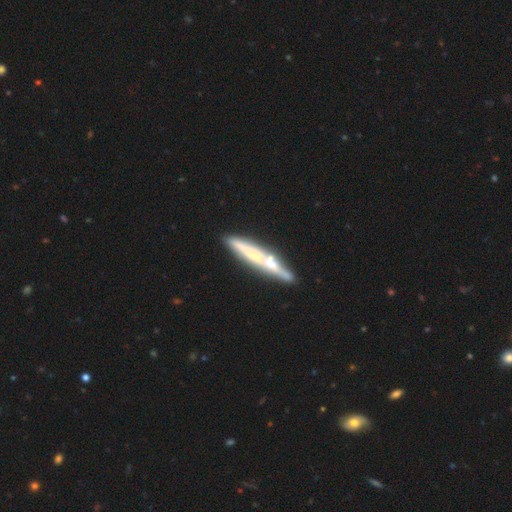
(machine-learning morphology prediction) Smooth or featured?
  - featured or disk: 67% *
  - smooth: 26%
  - star or artifact: 6%
Edge-on disk?
  - yes: 92% *
  - no: 8%
Edge-on bulge?
  - rounded: 42% *
  - none: 35%
  - boxy: 23%
Merging?
  - none: 73% *
  - minor disturbance: 14%
  - merger: 9%
  - major disturbance: 4%